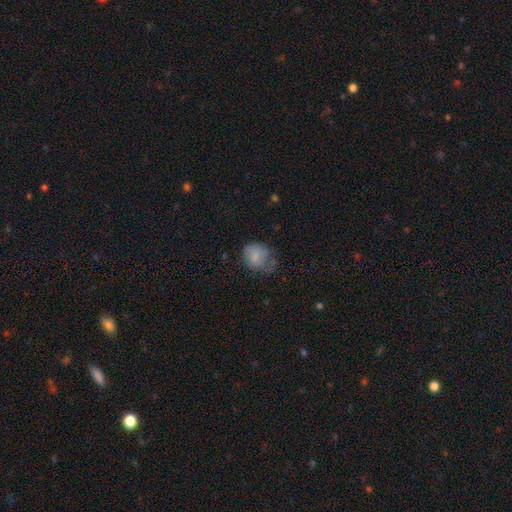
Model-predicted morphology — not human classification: smooth 76%, featured or disk 15%, star or artifact 9%. Down the decision tree: how rounded — round (65%); merging — none (41%).